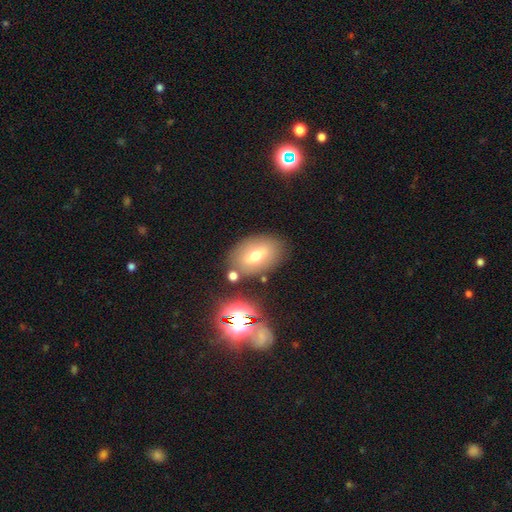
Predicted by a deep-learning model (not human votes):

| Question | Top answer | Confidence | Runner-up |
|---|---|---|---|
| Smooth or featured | smooth | 60% | featured or disk (28%) |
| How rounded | in between | 84% | round (13%) |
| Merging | none | 76% | minor disturbance (12%) |